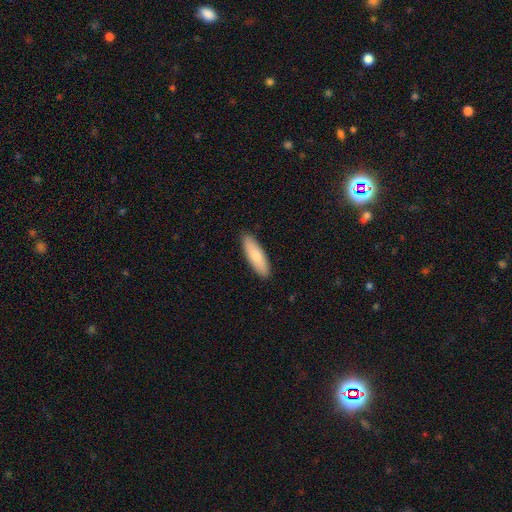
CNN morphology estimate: This is clearly a smooth galaxy (81%). How rounded: possibly cigar-shaped (52%). Merging: clearly none (90%).